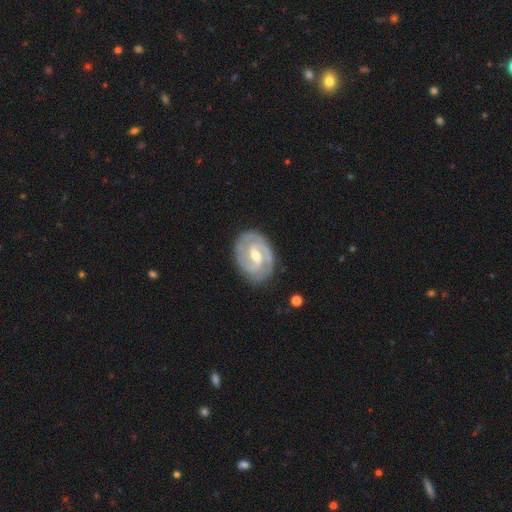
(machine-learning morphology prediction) Q: Smooth or featured?
A: featured or disk (88%); runner-up: smooth (8%)
Q: Edge-on disk?
A: no (98%); runner-up: yes (2%)
Q: Bar?
A: weak (53%); runner-up: strong (30%)
Q: Spiral arms?
A: yes (96%); runner-up: no (4%)
Q: Spiral winding?
A: tight (52%); runner-up: medium (40%)
Q: Spiral arm count?
A: 2 (77%); runner-up: 3 (9%)
Q: Bulge size?
A: moderate (55%); runner-up: small (41%)
Q: Merging?
A: none (80%); runner-up: minor disturbance (14%)